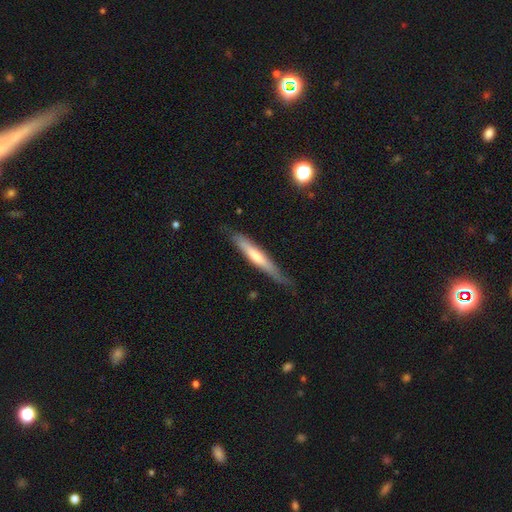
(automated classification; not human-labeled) A featured or disk galaxy (52%) viewed edge-on (91%).

Vote fractions:
- Smooth or featured? featured or disk: 52% / smooth: 41% / star or artifact: 7%
- Edge-on disk? yes: 91% / no: 9%
- Merging? none: 77% / minor disturbance: 18% / major disturbance: 3% / merger: 1%